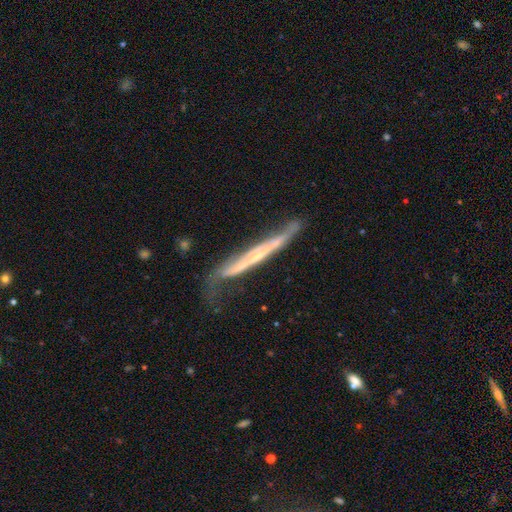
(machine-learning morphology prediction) This is likely a featured or disk galaxy (73%). It is likely viewed edge-on (79%). Edge-on bulge: possibly none (60%). Merging: marginally none (45%).